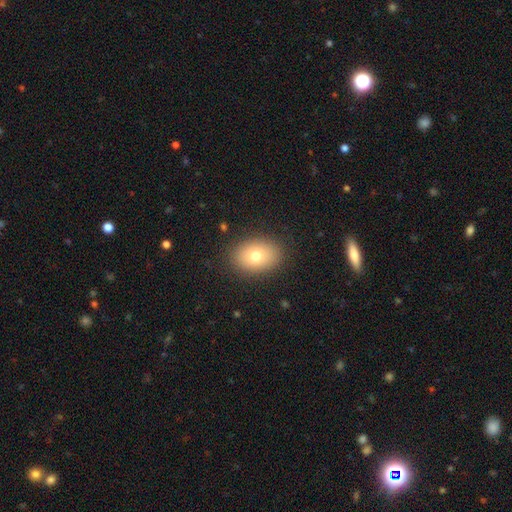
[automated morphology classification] smooth 75%, featured or disk 15%, star or artifact 11%. Down the decision tree: how rounded — in between (68%); merging — none (87%).